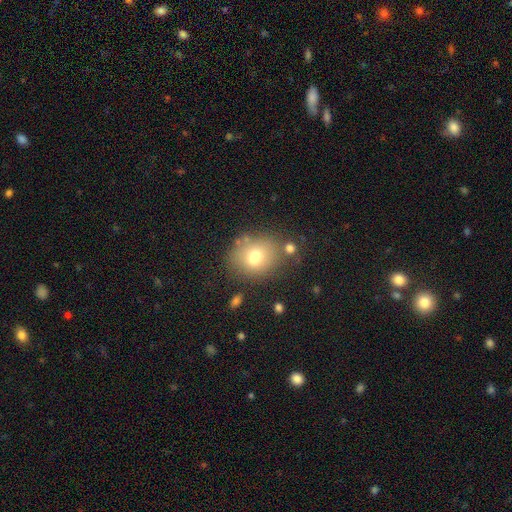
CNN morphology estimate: This appears to be a smooth galaxy with no disk features (72%) that is round (55%). Merging: none (71%).